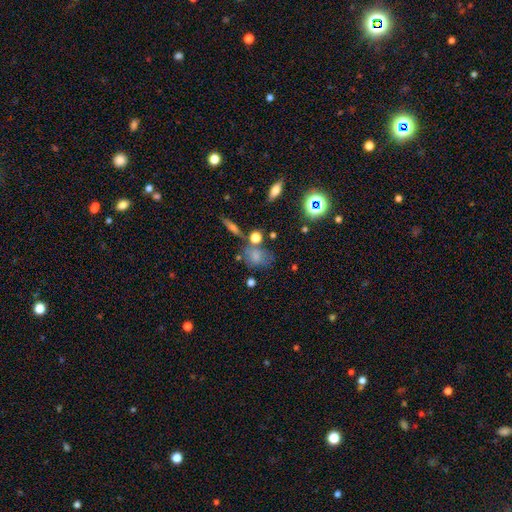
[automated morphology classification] Smooth or featured? smooth (67%)
How rounded? in between (54%)
Merging? none (49%)